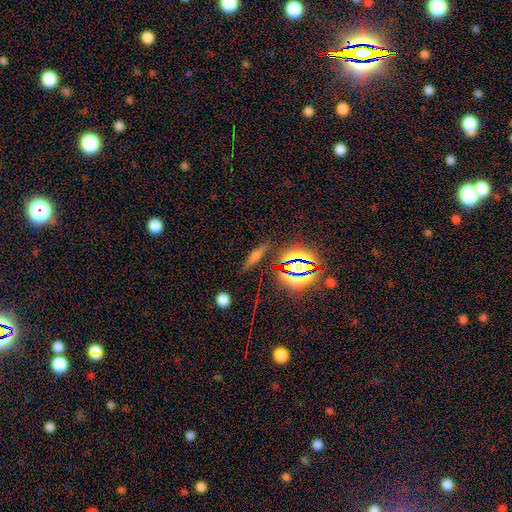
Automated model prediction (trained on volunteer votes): Smooth or featured?
  - smooth: 41% *
  - featured or disk: 30%
  - star or artifact: 29%
Merging?
  - none: 82% *
  - minor disturbance: 11%
  - major disturbance: 4%
  - merger: 3%